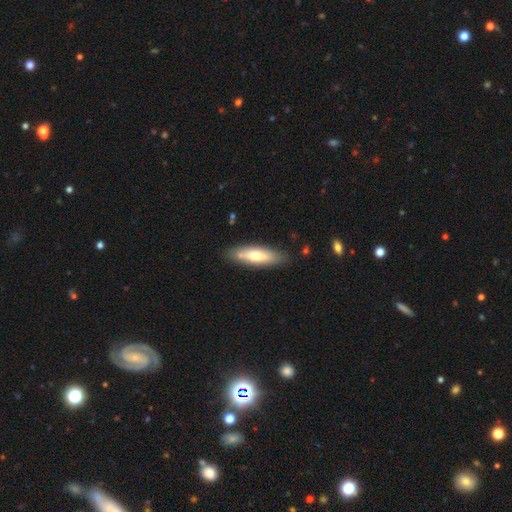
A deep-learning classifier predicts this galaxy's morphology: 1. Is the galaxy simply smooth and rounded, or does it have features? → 63% smooth, 32% featured or disk, 6% star or artifact.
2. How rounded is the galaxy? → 57% cigar-shaped, 42% in between, 2% round.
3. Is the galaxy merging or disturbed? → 82% none, 12% minor disturbance, 3% merger, 3% major disturbance.